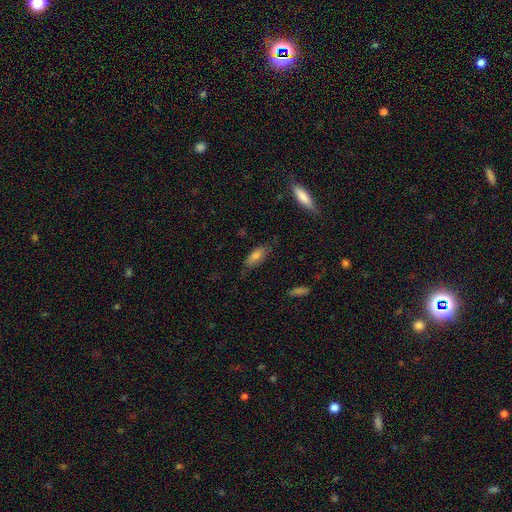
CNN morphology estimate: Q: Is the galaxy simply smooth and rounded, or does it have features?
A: smooth — 73%.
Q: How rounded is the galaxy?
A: in between — 73%.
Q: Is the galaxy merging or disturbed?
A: none — 70%.